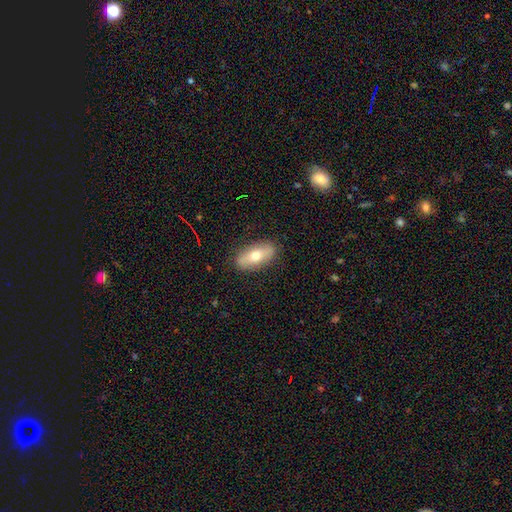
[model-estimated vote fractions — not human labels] Smooth or featured: smooth — 61% (featured or disk — 32%)
How rounded: in between — 86% (cigar-shaped — 10%)
Merging: none — 86% (minor disturbance — 10%)